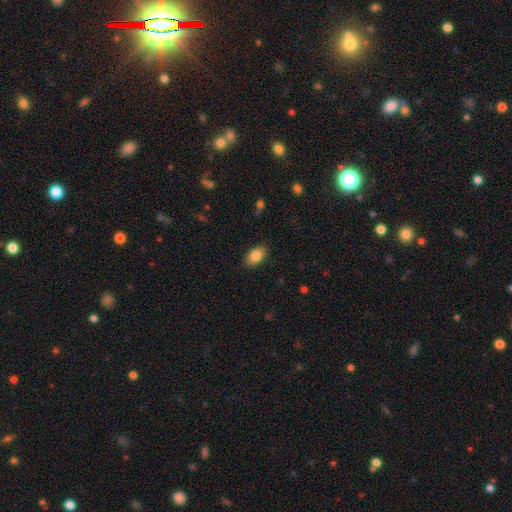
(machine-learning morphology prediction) smooth_or_featured: smooth (p=0.86) [alt: star or artifact p=0.08]
how_rounded: in between (p=0.88) [alt: round p=0.11]
merging: none (p=0.87) [alt: minor disturbance p=0.10]